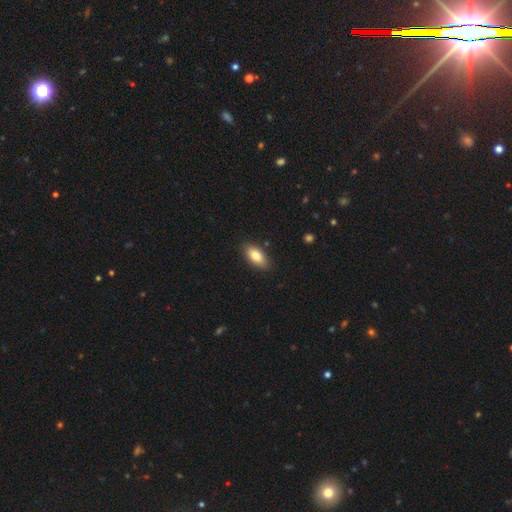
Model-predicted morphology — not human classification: This is clearly a smooth galaxy (83%). How rounded: clearly in between (90%). Merging: clearly none (86%).